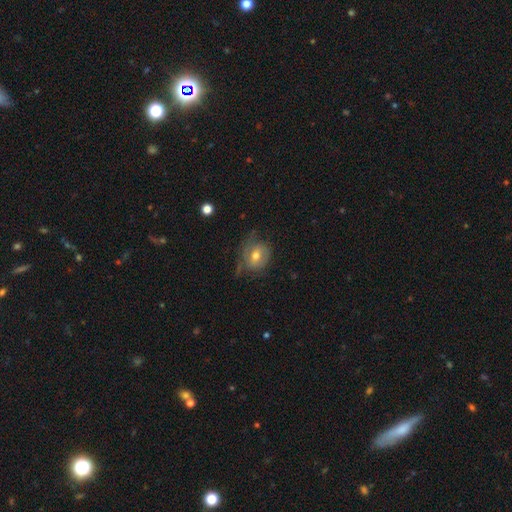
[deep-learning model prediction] The model was most divided on "smooth or featured": smooth: 51%, featured or disk: 41%, star or artifact: 8%. Remaining: how rounded — round (55%); merging — none (48%).